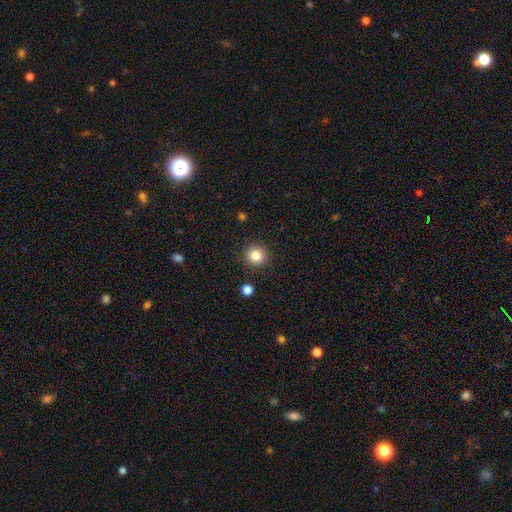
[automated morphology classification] smooth_or_featured: smooth (p=0.82) [alt: star or artifact p=0.11]
how_rounded: round (p=0.94) [alt: in between p=0.05]
merging: none (p=0.91) [alt: minor disturbance p=0.06]